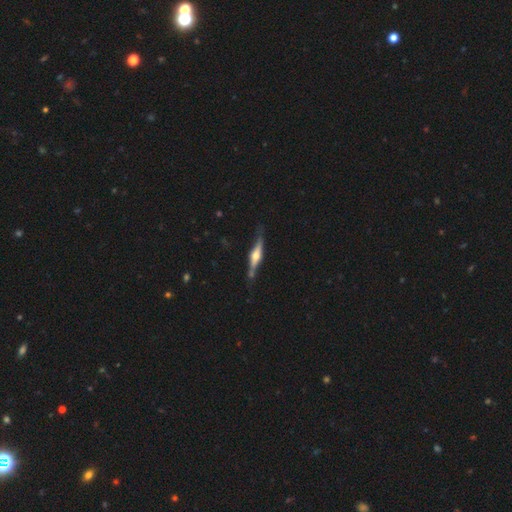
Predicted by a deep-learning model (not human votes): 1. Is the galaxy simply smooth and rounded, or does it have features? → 75% featured or disk, 20% smooth, 5% star or artifact.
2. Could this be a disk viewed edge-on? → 95% yes, 5% no.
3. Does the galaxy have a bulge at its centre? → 89% rounded, 8% boxy, 3% none.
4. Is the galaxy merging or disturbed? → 74% none, 17% minor disturbance, 4% major disturbance, 4% merger.